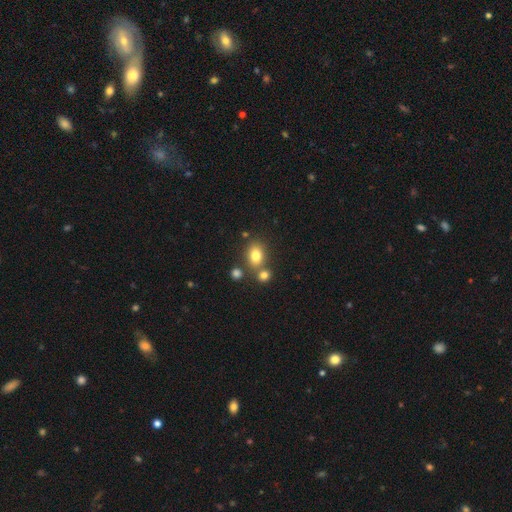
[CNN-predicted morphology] The model was most divided on "how rounded": in between: 59%, round: 40%, cigar-shaped: 1%. More confident: smooth or featured — smooth (79%); merging — none (63%).